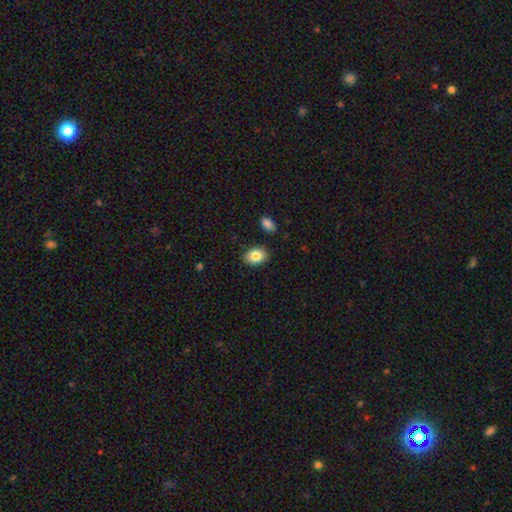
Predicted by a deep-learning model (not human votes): smooth-or-featured: smooth: 85% | featured or disk: 8% | star or artifact: 7%
  how-rounded: in between: 79% | round: 19% | cigar-shaped: 1%
  merging: none: 86% | minor disturbance: 9% | merger: 2% | major disturbance: 2%